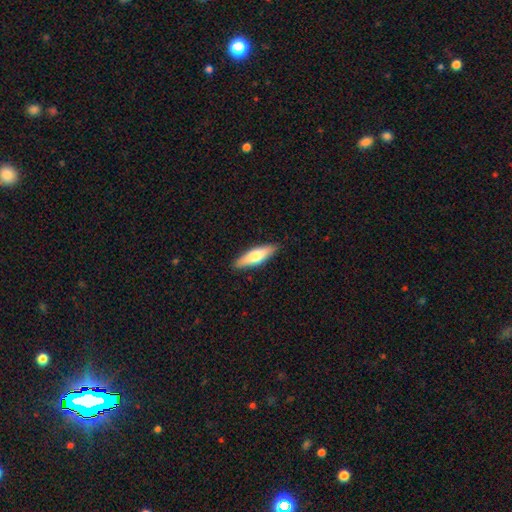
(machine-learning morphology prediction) Q: Smooth or featured?
A: smooth (66%); runner-up: featured or disk (28%)
Q: How rounded?
A: cigar-shaped (56%); runner-up: in between (42%)
Q: Merging?
A: none (89%); runner-up: minor disturbance (8%)